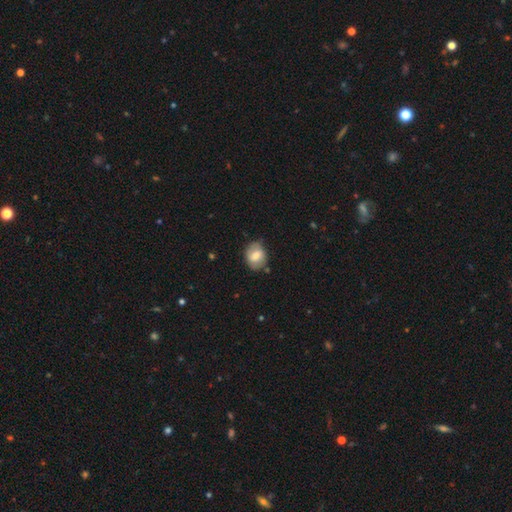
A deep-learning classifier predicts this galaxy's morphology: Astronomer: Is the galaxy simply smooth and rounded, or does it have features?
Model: smooth — 63%.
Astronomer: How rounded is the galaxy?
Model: in between — 54% (runner-up: round, 45%).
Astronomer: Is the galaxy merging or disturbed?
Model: none — 73%.